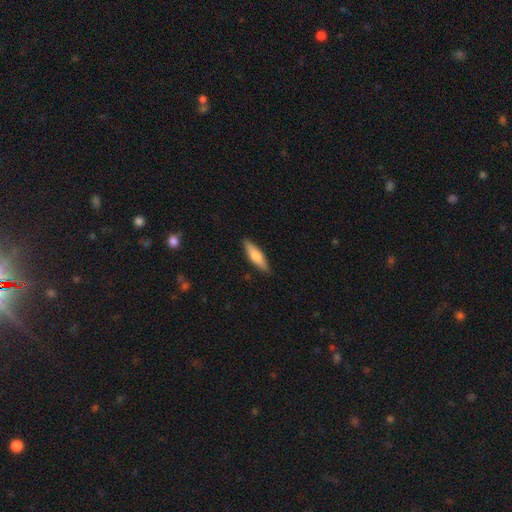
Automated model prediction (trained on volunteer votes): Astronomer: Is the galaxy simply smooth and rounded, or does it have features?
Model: smooth — 71%.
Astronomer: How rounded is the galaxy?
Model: cigar-shaped — 63%.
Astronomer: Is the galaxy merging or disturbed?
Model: none — 87%.